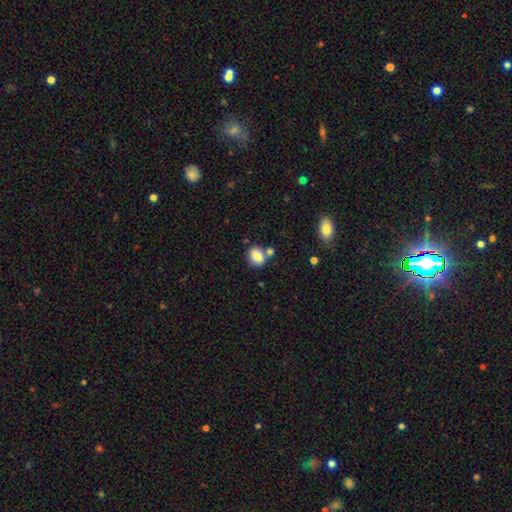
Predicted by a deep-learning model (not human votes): Smooth or featured? smooth (83%)
How rounded? in between (53%)
Merging? none (54%)